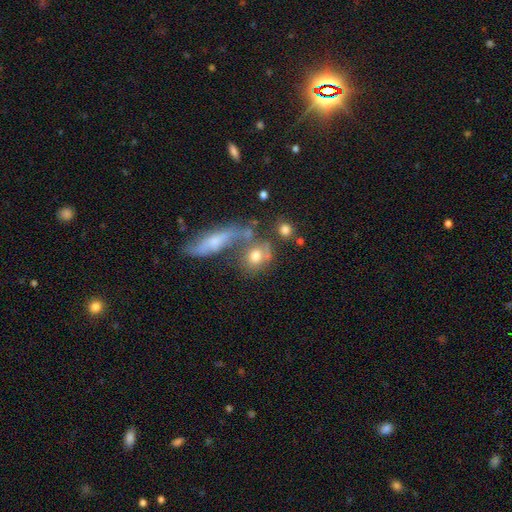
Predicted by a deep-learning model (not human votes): Morphology: type=smooth (66%); roundness=round (51%); merging=none (39%).